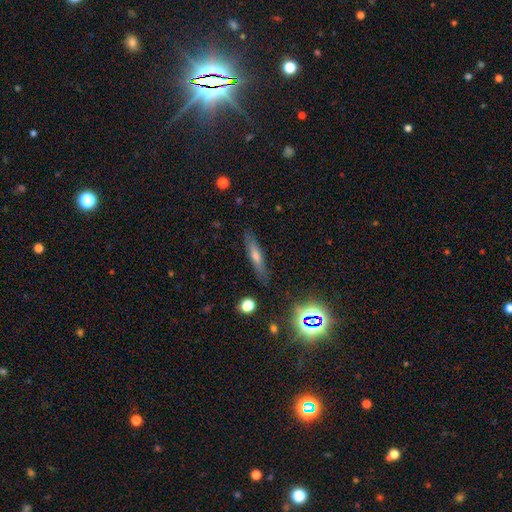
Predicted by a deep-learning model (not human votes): This appears to be a smooth galaxy with no disk features (47%). Merging: none (86%).